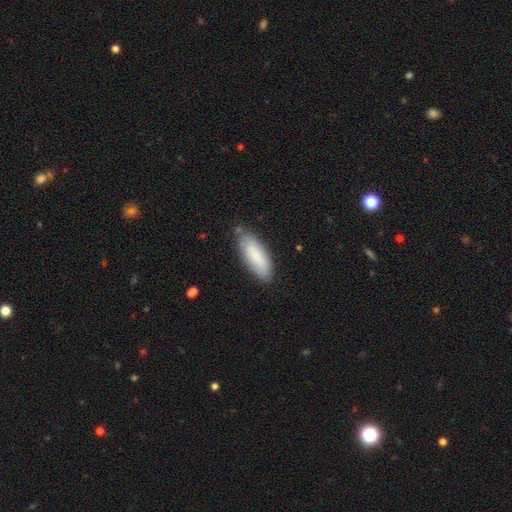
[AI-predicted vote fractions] This is clearly a smooth galaxy (84%). How rounded: likely in between (68%). Merging: likely none (76%).